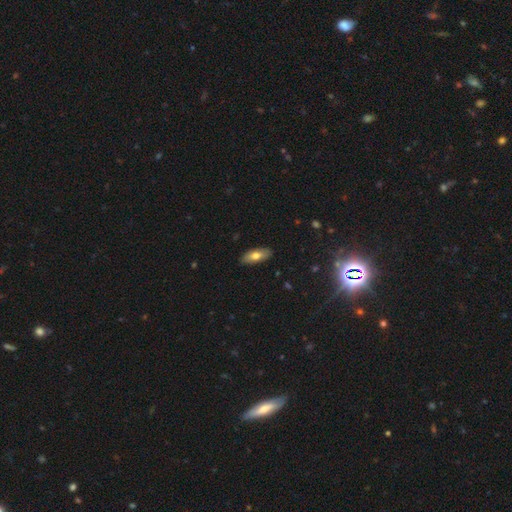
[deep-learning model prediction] smooth-or-featured: smooth: 70% | featured or disk: 23% | star or artifact: 7%
  how-rounded: in between: 76% | cigar-shaped: 21% | round: 3%
  merging: none: 88% | minor disturbance: 10% | major disturbance: 2% | merger: 1%